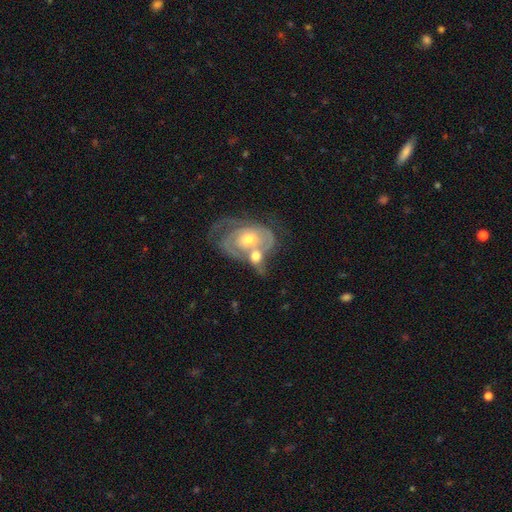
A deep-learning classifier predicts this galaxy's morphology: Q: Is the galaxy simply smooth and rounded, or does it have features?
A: featured or disk — 74%.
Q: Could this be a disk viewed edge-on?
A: no — 95%.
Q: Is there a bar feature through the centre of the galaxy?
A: no — 78%.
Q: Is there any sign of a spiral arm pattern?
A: yes — 81%.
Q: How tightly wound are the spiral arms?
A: tight — 58%.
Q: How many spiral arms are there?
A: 2 — 48%.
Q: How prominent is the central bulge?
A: moderate — 64%.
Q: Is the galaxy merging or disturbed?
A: merger — 60%.